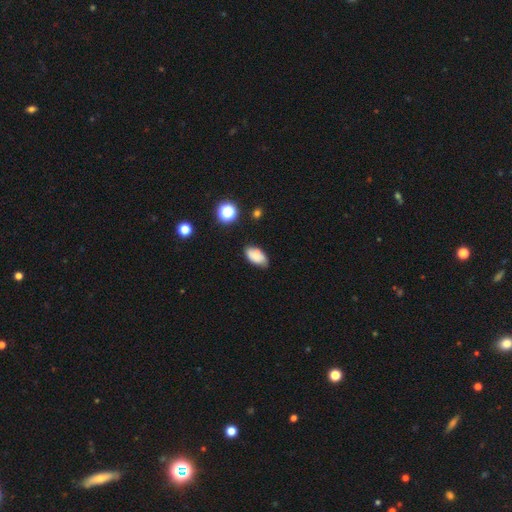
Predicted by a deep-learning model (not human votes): smooth 63%, featured or disk 26%, star or artifact 12%. Down the decision tree: how rounded — in between (91%); merging — none (66%).